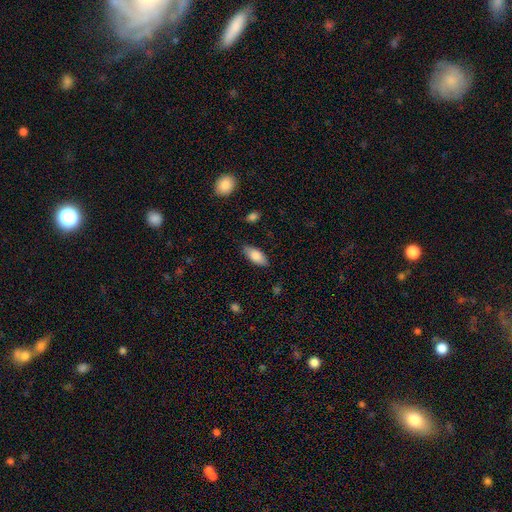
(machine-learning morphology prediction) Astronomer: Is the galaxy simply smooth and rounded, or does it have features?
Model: smooth — 81%.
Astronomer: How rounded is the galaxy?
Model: in between — 87%.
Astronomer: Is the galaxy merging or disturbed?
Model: none — 84%.